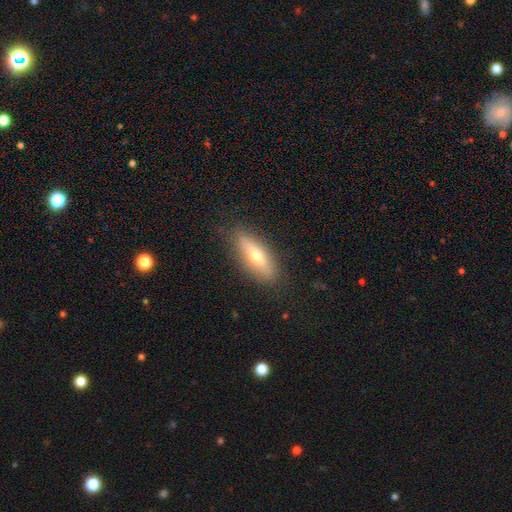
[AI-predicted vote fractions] This is possibly a smooth galaxy (55%). How rounded: possibly in between (51%). Merging: clearly none (86%).